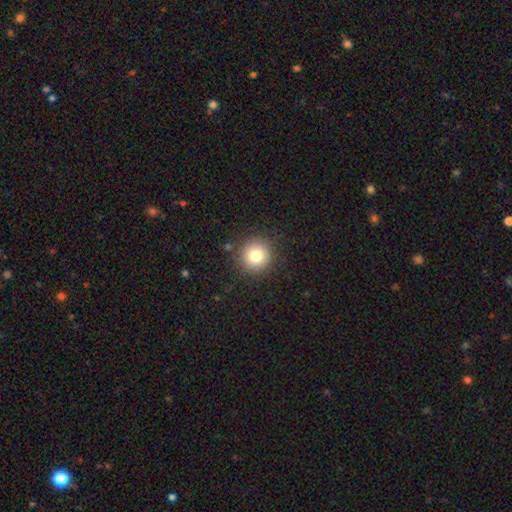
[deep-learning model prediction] A smooth galaxy with no disk features (80%) that is round (95%).

Vote fractions:
- Smooth or featured? smooth: 80% / star or artifact: 12% / featured or disk: 9%
- How rounded? round: 95% / in between: 4% / cigar-shaped: 1%
- Merging? none: 89% / minor disturbance: 7% / major disturbance: 3% / merger: 1%